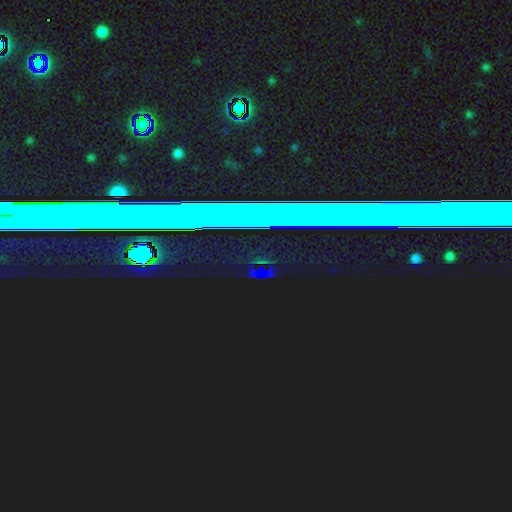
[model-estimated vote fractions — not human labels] Morphology: type=star or artifact (77%).